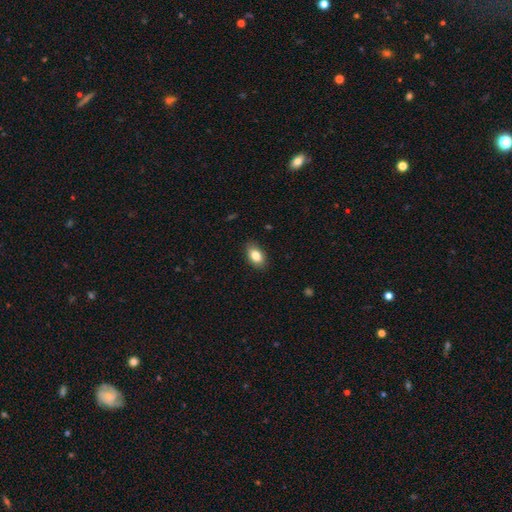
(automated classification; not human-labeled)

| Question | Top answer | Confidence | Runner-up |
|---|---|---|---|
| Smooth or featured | smooth | 83% | featured or disk (9%) |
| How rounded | in between | 89% | round (9%) |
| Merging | none | 87% | minor disturbance (9%) |